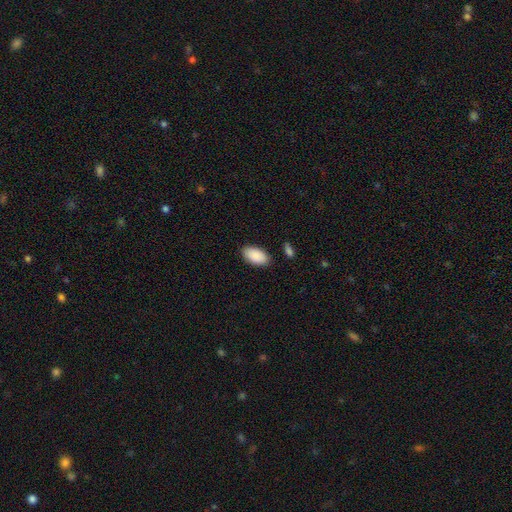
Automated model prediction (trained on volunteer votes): This is clearly a smooth galaxy (90%). How rounded: clearly in between (95%). Merging: clearly none (86%).